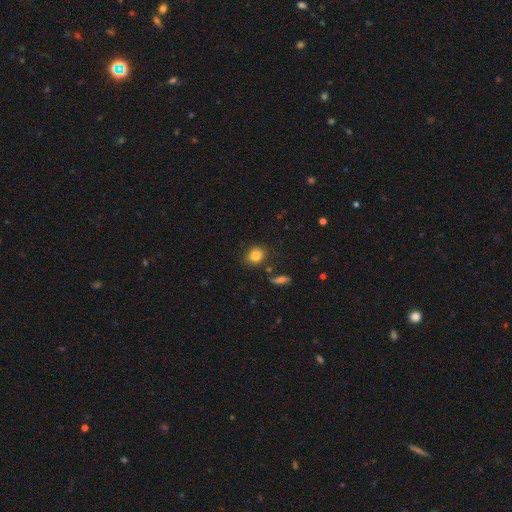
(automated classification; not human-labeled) smooth-or-featured: smooth: 83% | star or artifact: 10% | featured or disk: 7%
  how-rounded: round: 59% | in between: 40% | cigar-shaped: 1%
  merging: none: 79% | minor disturbance: 13% | merger: 5% | major disturbance: 3%